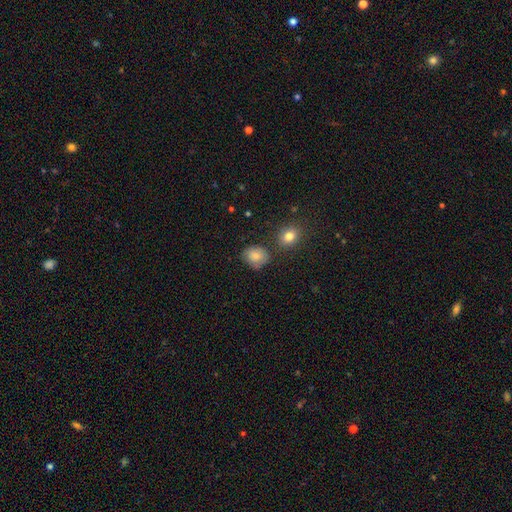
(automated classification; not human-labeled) This appears to be a smooth galaxy with no disk features (80%) that is round (60%). Merging: none (68%).